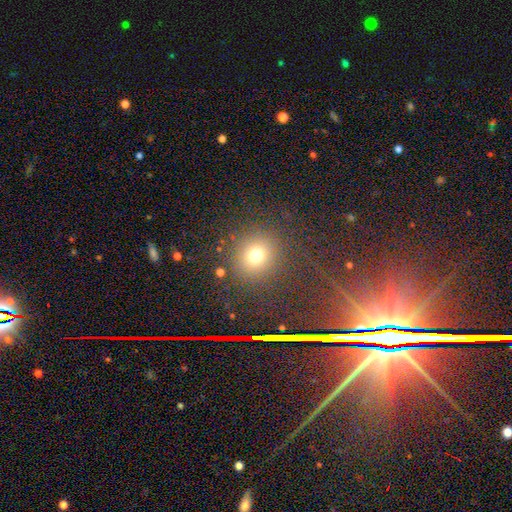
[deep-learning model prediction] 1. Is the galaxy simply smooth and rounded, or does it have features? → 71% smooth, 20% star or artifact, 8% featured or disk.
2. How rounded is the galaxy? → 87% round, 12% in between, 1% cigar-shaped.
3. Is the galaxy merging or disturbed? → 82% none, 8% minor disturbance, 7% major disturbance, 3% merger.